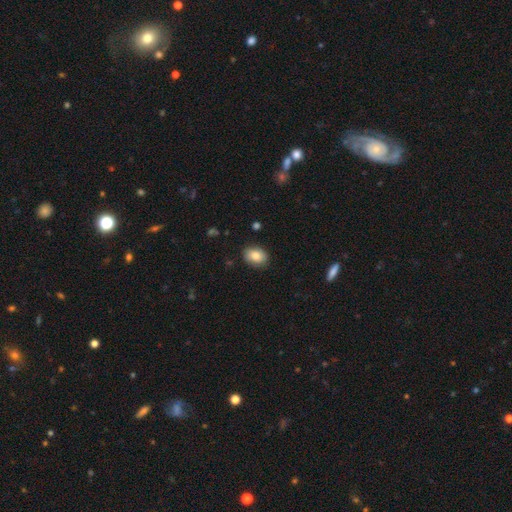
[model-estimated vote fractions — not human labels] smooth-or-featured: smooth: 85% | featured or disk: 8% | star or artifact: 8%
  how-rounded: in between: 74% | round: 25% | cigar-shaped: 1%
  merging: none: 85% | minor disturbance: 11% | major disturbance: 2% | merger: 1%